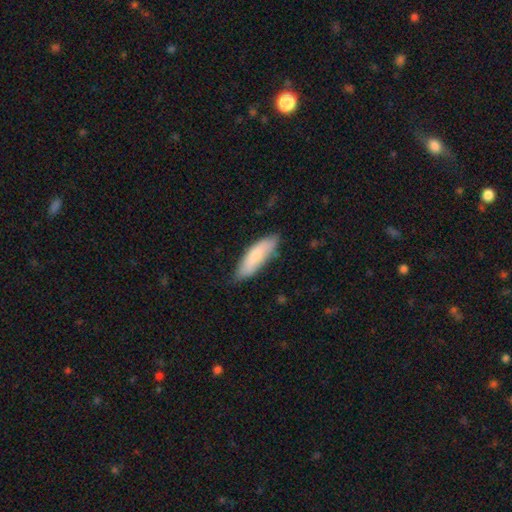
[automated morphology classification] Overall: smooth (78%). How rounded: in between (53%; cigar-shaped 46%). Merging: none (71%).